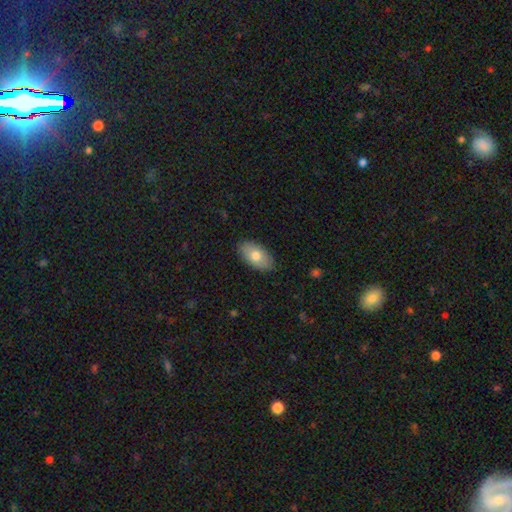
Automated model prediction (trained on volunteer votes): A smooth galaxy with no disk features (75%) that is in between round and cigar-shaped (94%).

Vote fractions:
- Smooth or featured? smooth: 75% / featured or disk: 19% / star or artifact: 6%
- How rounded? in between: 94% / round: 4% / cigar-shaped: 2%
- Merging? none: 87% / minor disturbance: 10% / major disturbance: 2% / merger: 1%